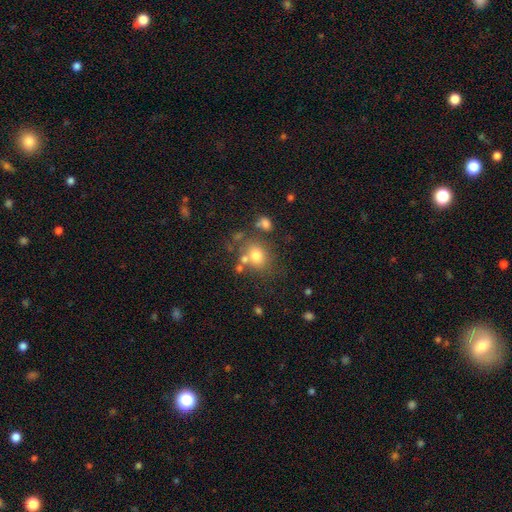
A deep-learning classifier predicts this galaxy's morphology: smooth 73%, featured or disk 14%, star or artifact 13%. Down the decision tree: how rounded — round (54%); merging — none (59%).